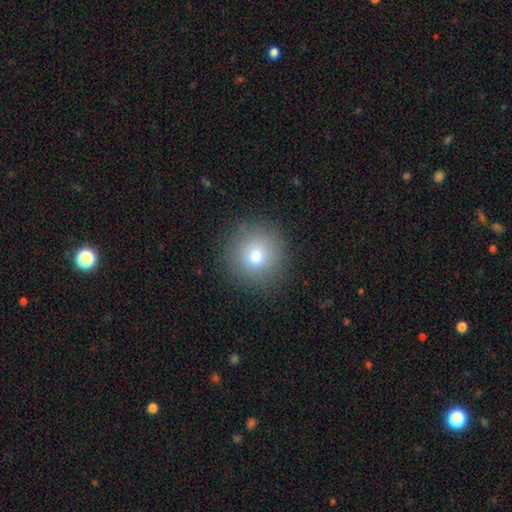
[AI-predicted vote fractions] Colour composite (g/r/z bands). It shows a smooth galaxy with no disk features (79%) that is round (94%). Merging: none (89%).